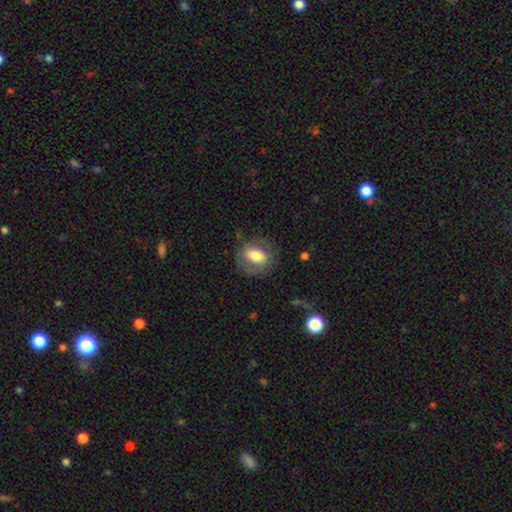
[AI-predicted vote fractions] Smooth or featured? smooth (53%)
How rounded? in between (52%)
Merging? none (73%)